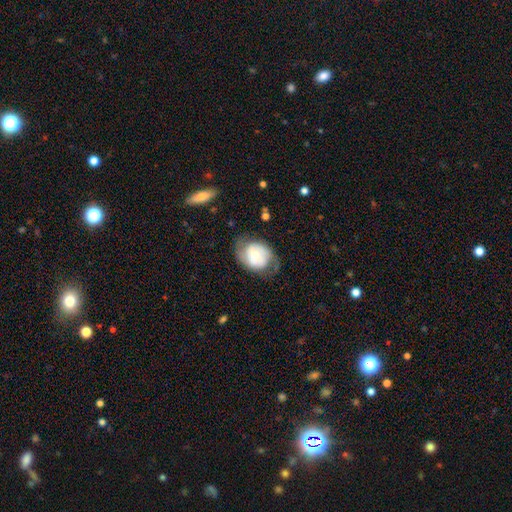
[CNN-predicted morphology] A featured or disk galaxy (51%).

Vote fractions:
- Smooth or featured? featured or disk: 51% / smooth: 42% / star or artifact: 7%
- Edge-on disk? no: 95% / yes: 5%
- Merging? none: 60% / minor disturbance: 23% / major disturbance: 15% / merger: 2%